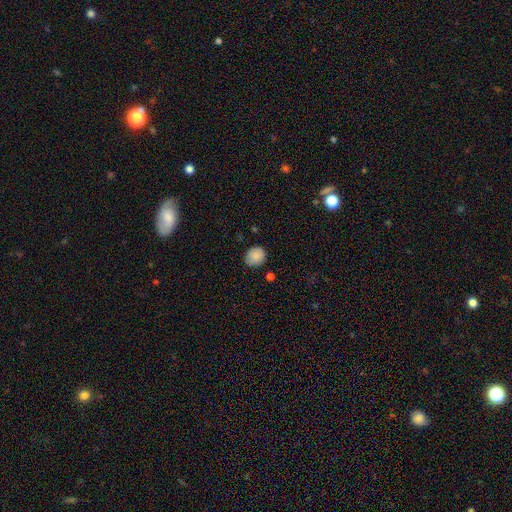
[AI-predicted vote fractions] smooth_or_featured: smooth (p=0.86) [alt: star or artifact p=0.08]
how_rounded: round (p=0.71) [alt: in between p=0.28]
merging: none (p=0.78) [alt: minor disturbance p=0.17]